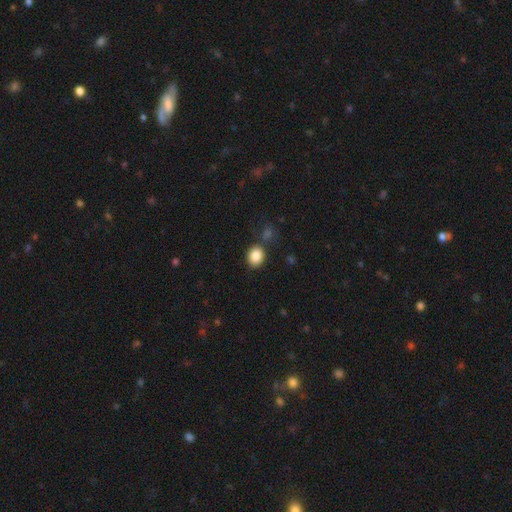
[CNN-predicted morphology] The model was most divided on "how rounded": round: 55%, in between: 44%, cigar-shaped: 1%. More confident: smooth or featured — smooth (87%); merging — none (77%).